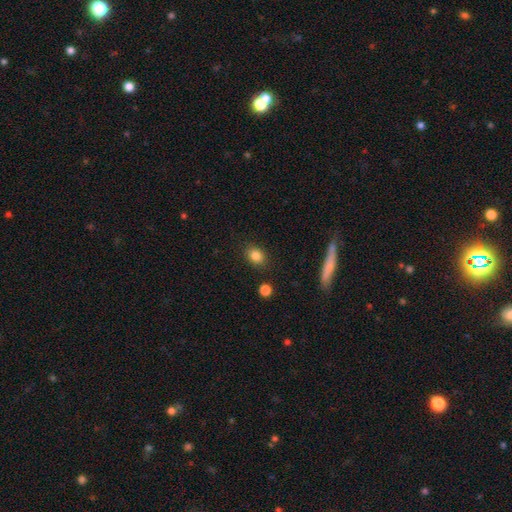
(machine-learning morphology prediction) smooth 84%, star or artifact 10%, featured or disk 6%. Down the decision tree: how rounded — in between (53%); merging — none (86%).